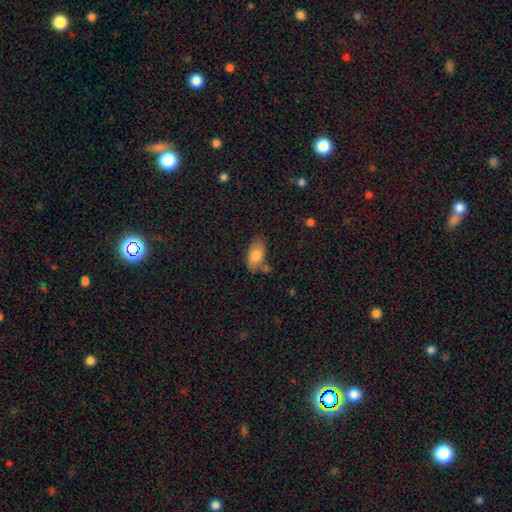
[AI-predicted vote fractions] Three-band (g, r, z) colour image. It shows a smooth galaxy with no disk features (80%) that is in between round and cigar-shaped (91%). Merging: none (66%).